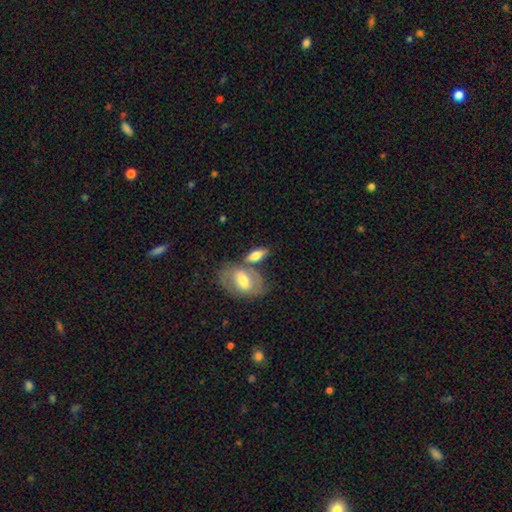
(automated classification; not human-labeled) Q: Smooth or featured?
A: smooth (64%); runner-up: featured or disk (30%)
Q: How rounded?
A: in between (80%); runner-up: cigar-shaped (14%)
Q: Merging?
A: none (50%); runner-up: merger (30%)